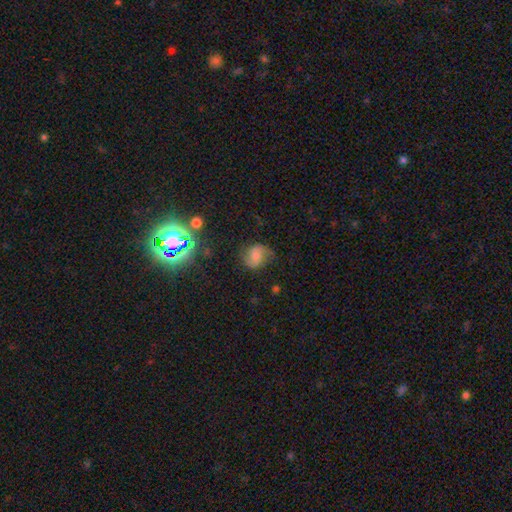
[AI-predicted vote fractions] This is possibly a featured or disk galaxy (49%). Merging: likely none (63%).